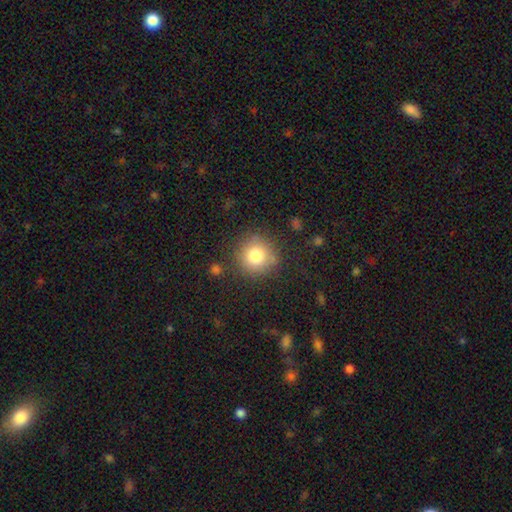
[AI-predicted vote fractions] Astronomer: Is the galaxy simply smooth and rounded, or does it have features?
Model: smooth — 80%.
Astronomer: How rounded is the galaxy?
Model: round — 93%.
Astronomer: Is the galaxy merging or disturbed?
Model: none — 82%.